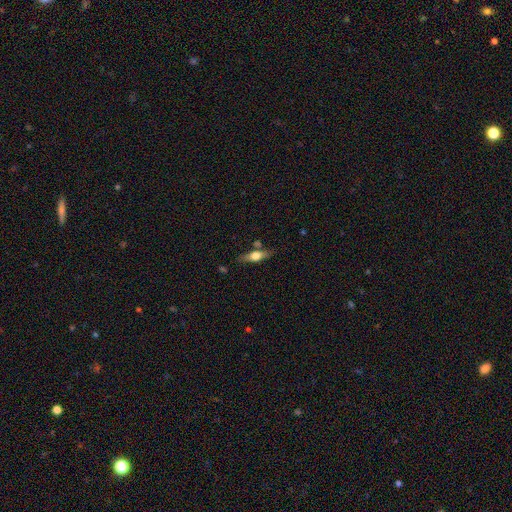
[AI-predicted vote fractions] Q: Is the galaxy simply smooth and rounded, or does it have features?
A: featured or disk — 48%.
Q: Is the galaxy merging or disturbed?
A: none — 73%.